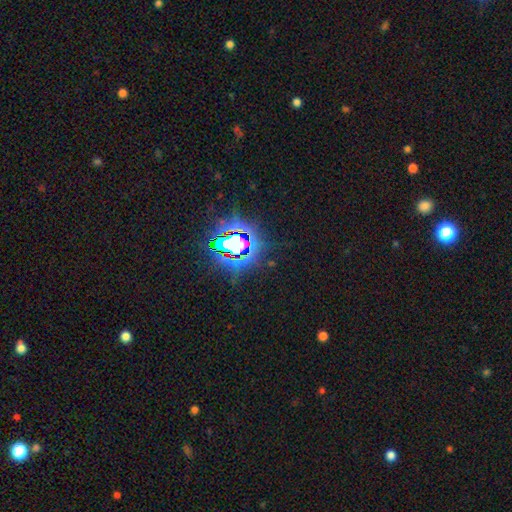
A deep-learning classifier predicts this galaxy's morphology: Smooth or featured?
  - star or artifact: 84% *
  - smooth: 9%
  - featured or disk: 7%